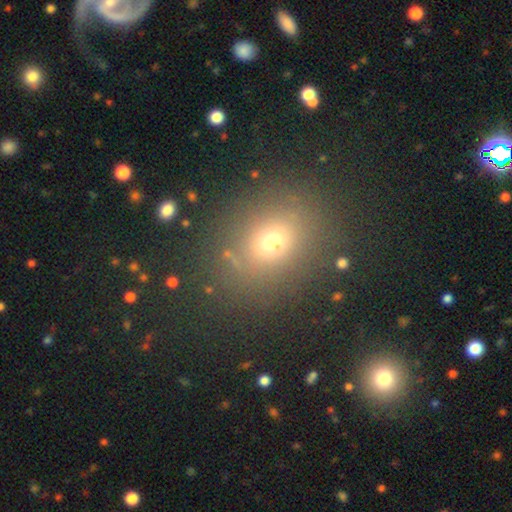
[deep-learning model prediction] smooth-or-featured: smooth: 58% | star or artifact: 27% | featured or disk: 16%
  how-rounded: round: 51% | in between: 47% | cigar-shaped: 2%
  merging: none: 83% | minor disturbance: 10% | major disturbance: 5% | merger: 3%